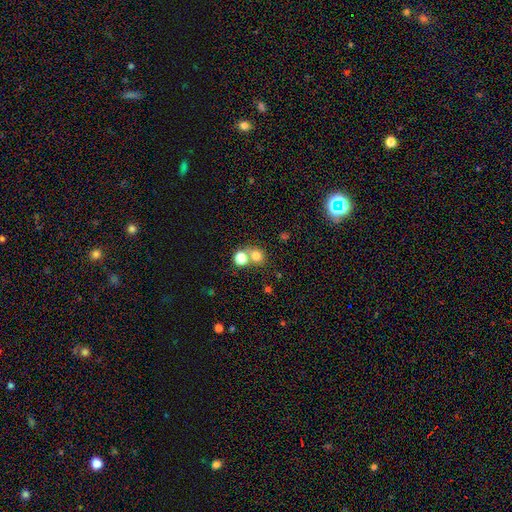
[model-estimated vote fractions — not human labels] Smooth or featured? smooth (75%)
How rounded? round (79%)
Merging? none (51%)